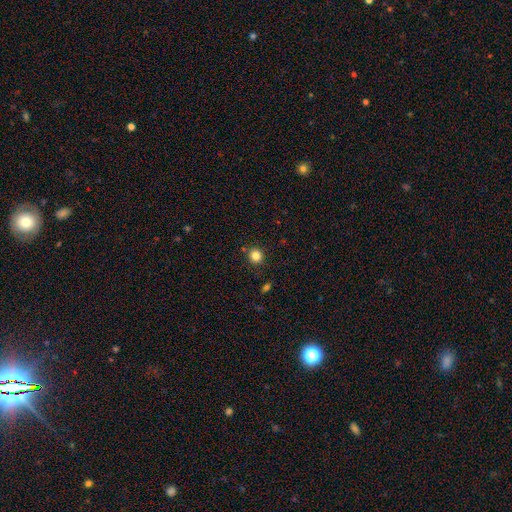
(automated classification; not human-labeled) smooth-or-featured: smooth: 83% | star or artifact: 12% | featured or disk: 5%
  how-rounded: round: 91% | in between: 8% | cigar-shaped: 1%
  merging: none: 89% | minor disturbance: 7% | merger: 3% | major disturbance: 2%